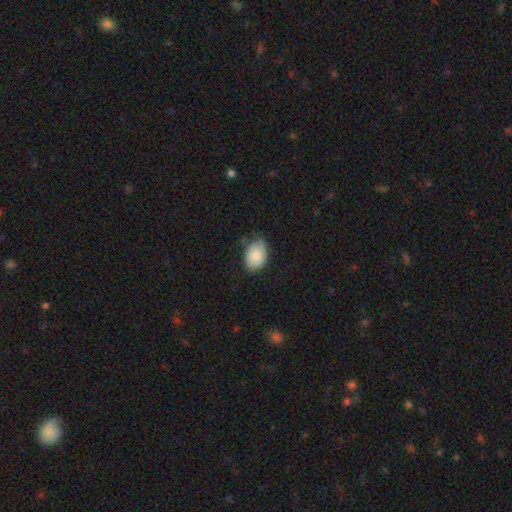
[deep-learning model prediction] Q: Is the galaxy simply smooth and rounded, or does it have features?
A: smooth — 83%.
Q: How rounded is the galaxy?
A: in between — 84%.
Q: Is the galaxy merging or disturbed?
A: none — 65%.